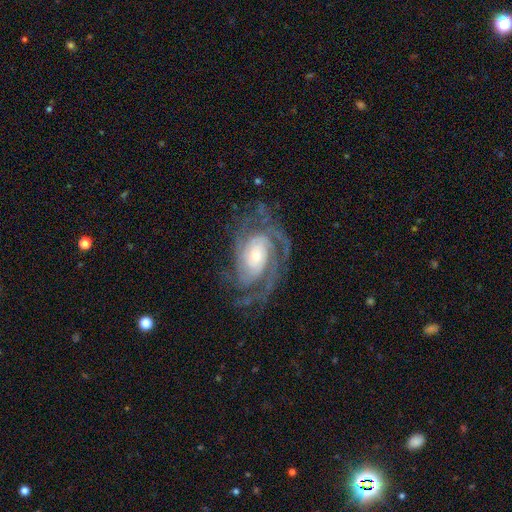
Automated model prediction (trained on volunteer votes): Smooth or featured: featured or disk — 90% (smooth — 5%)
Edge-on disk: no — 97% (yes — 3%)
Bar: no — 65% (weak — 25%)
Spiral arms: yes — 97% (no — 3%)
Spiral winding: tight — 56% (medium — 37%)
Spiral arm count: 2 — 30% (3 — 29%)
Bulge size: small — 47% (moderate — 41%)
Merging: none — 69% (minor disturbance — 17%)